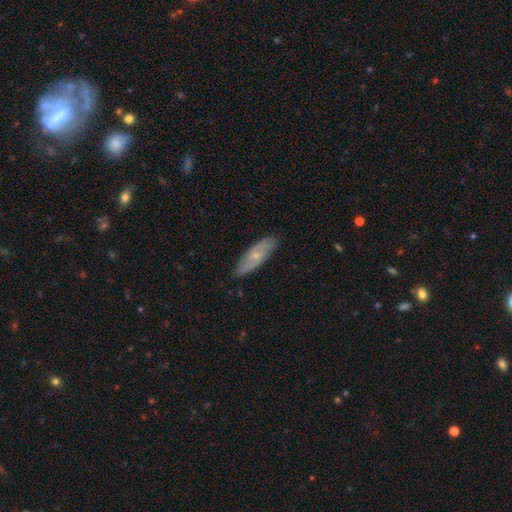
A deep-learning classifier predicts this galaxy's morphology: Overall: featured or disk (48%; smooth 46%). Merging: none (84%).